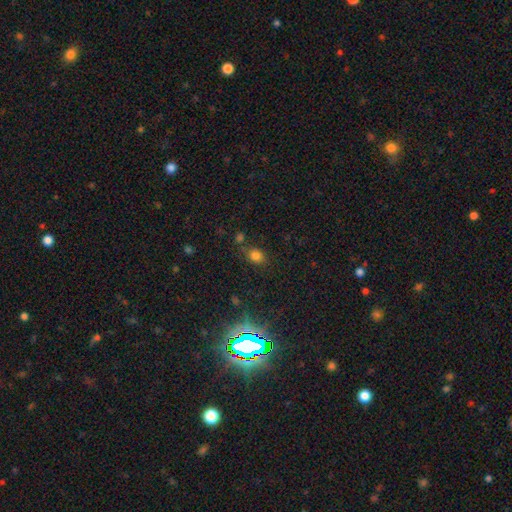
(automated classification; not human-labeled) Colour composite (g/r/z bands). It shows a smooth galaxy with no disk features (74%) that is round (50%). Merging: none (70%).